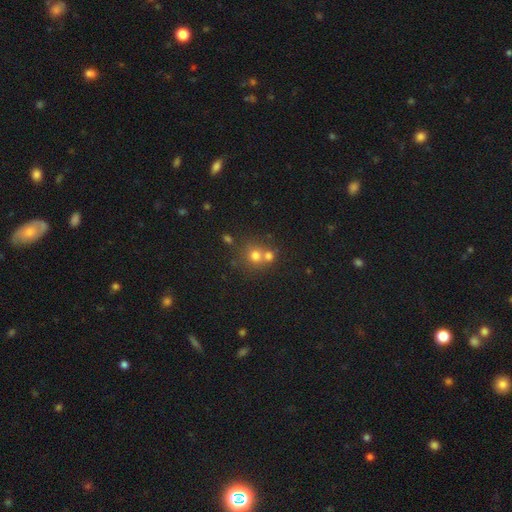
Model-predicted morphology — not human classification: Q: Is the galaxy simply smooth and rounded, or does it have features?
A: smooth — 71%.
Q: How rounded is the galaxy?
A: round — 86%.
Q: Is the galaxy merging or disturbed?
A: none — 46%.